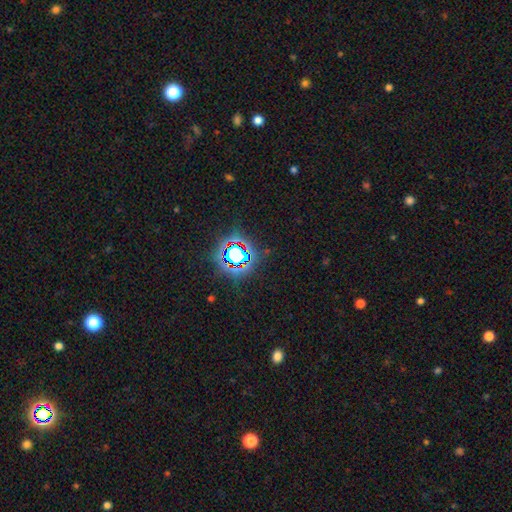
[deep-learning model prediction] A star or artifact, not a galaxy (82%).